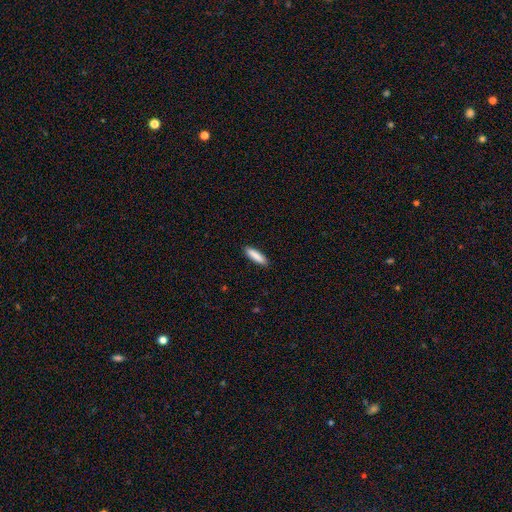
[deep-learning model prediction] Smooth or featured? Predicted: smooth (p=0.88). How rounded? Predicted: cigar-shaped (p=0.72). Merging? Predicted: none (p=0.90).